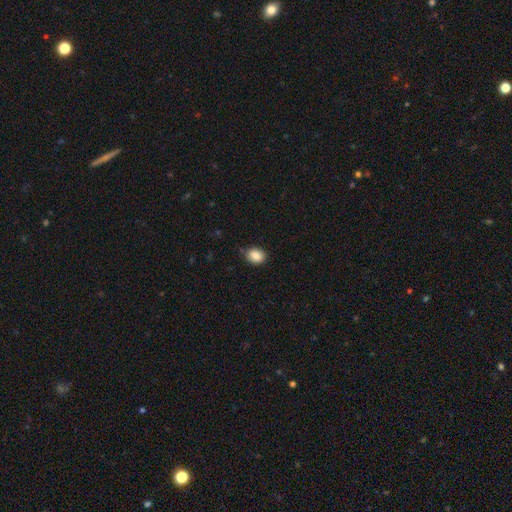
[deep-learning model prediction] This is clearly a smooth galaxy (87%). How rounded: possibly in between (57%). Merging: clearly none (83%).